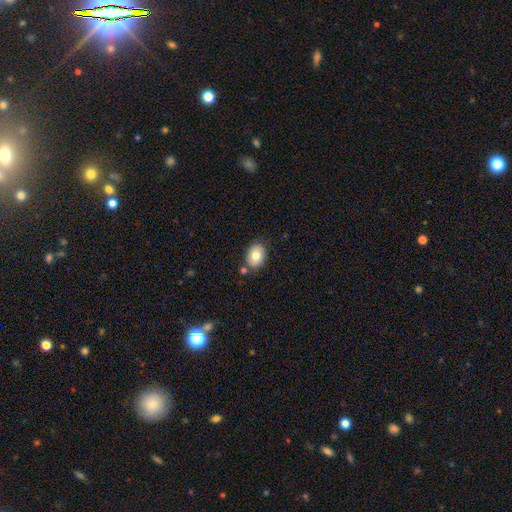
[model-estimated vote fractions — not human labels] Smooth or featured: smooth — 80% (featured or disk — 12%)
How rounded: in between — 73% (round — 26%)
Merging: none — 76% (minor disturbance — 13%)